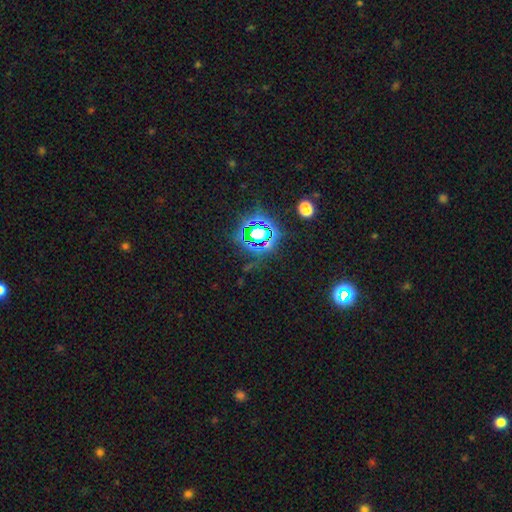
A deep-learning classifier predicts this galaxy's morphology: A star or artifact, not a galaxy (78%).

Vote fractions:
- Smooth or featured? star or artifact: 78% / smooth: 13% / featured or disk: 9%